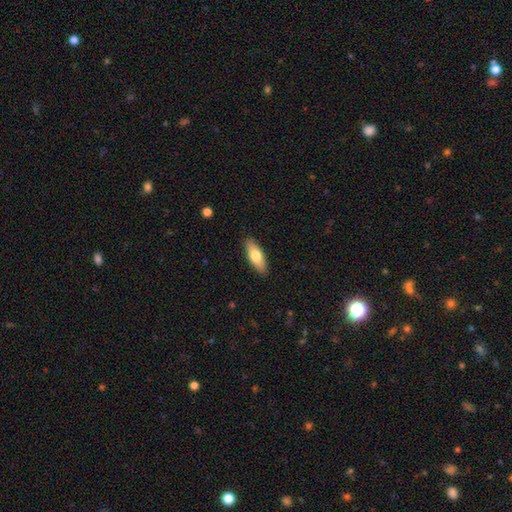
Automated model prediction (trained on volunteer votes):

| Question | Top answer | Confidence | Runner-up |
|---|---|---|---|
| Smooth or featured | smooth | 72% | featured or disk (23%) |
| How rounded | in between | 67% | cigar-shaped (30%) |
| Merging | none | 89% | minor disturbance (8%) |